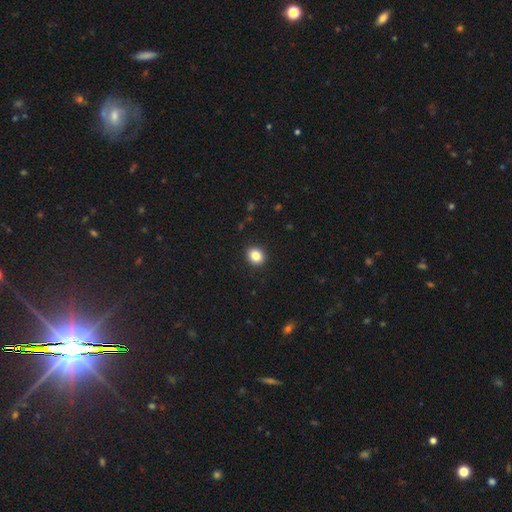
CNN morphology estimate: smooth_or_featured: smooth (p=0.84) [alt: star or artifact p=0.10]
how_rounded: round (p=0.71) [alt: in between p=0.28]
merging: none (p=0.92) [alt: minor disturbance p=0.06]